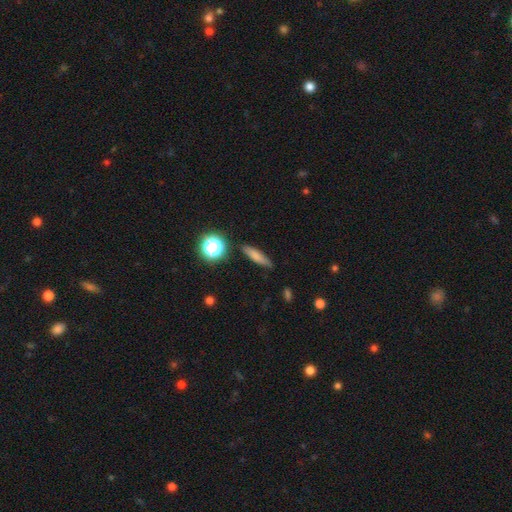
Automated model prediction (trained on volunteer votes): Smooth or featured: smooth — 71% (featured or disk — 15%)
How rounded: cigar-shaped — 70% (in between — 23%)
Merging: none — 84% (minor disturbance — 11%)